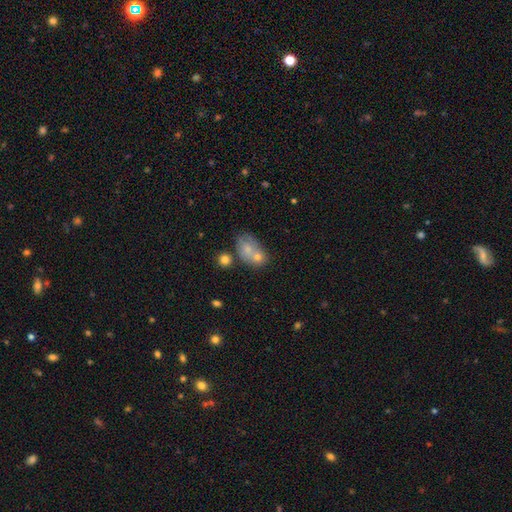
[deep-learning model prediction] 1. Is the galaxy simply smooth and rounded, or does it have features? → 56% smooth, 27% featured or disk, 17% star or artifact.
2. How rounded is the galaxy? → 63% in between, 34% round, 2% cigar-shaped.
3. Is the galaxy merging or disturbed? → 42% merger, 38% none, 14% minor disturbance, 7% major disturbance.